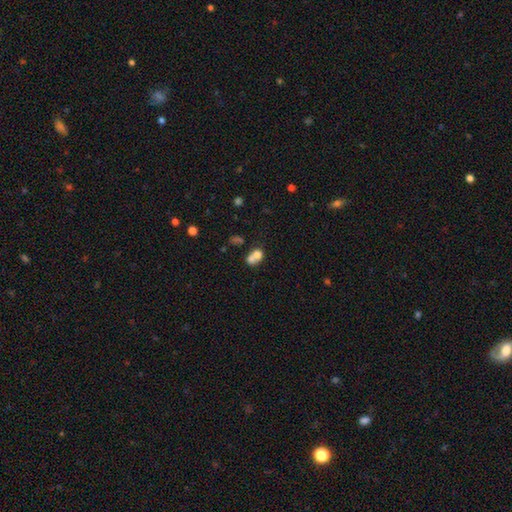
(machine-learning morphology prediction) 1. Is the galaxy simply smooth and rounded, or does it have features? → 69% smooth, 20% featured or disk, 11% star or artifact.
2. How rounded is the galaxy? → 57% round, 42% in between, 1% cigar-shaped.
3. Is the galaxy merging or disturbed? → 67% merger, 22% none, 7% minor disturbance, 4% major disturbance.